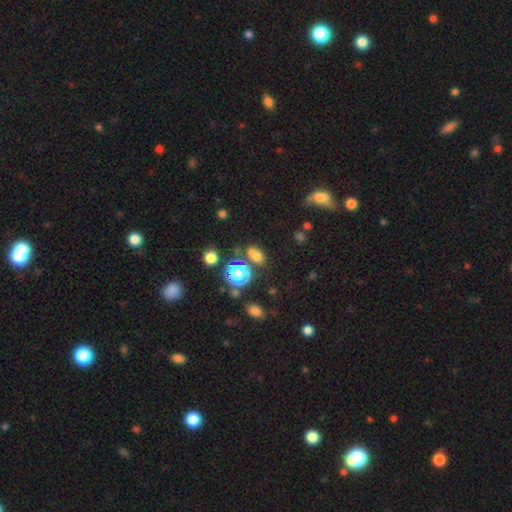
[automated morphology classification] smooth 64%, star or artifact 26%, featured or disk 10%. Down the decision tree: how rounded — in between (67%); merging — none (65%).